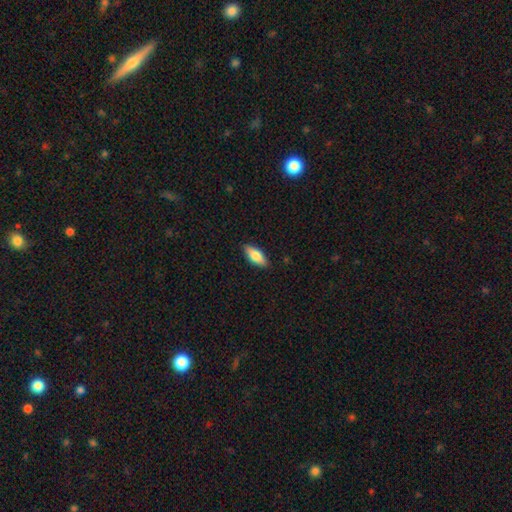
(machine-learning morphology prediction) A smooth galaxy with no disk features (76%) that is in between round and cigar-shaped (77%). Merging: none (87%).